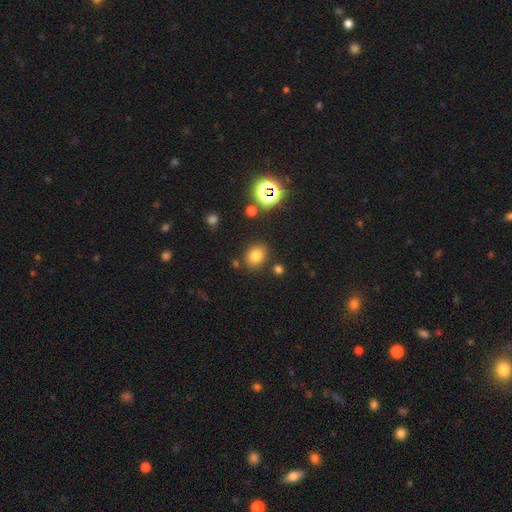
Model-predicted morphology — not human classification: Smooth or featured? smooth (76%)
How rounded? round (50%)
Merging? none (82%)